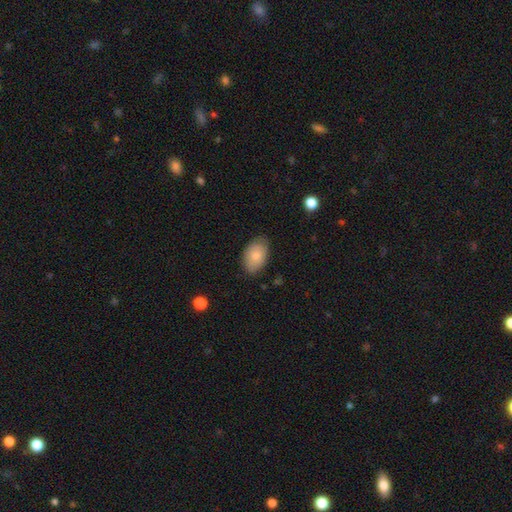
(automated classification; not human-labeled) A smooth galaxy with no disk features (80%) that is in between round and cigar-shaped (90%). Merging: none (79%).